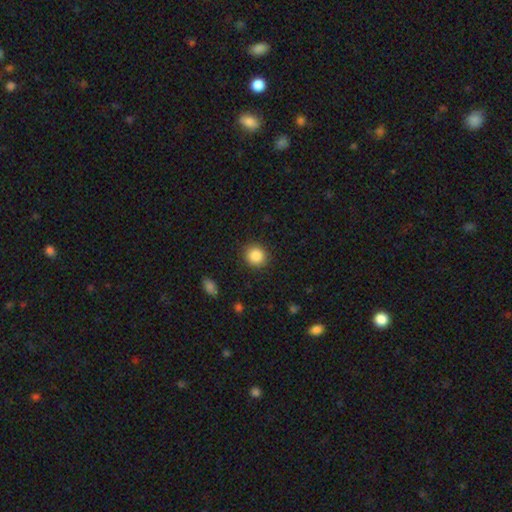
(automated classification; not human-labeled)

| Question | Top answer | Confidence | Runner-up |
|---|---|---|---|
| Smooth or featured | smooth | 86% | star or artifact (9%) |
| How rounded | round | 87% | in between (12%) |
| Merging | none | 90% | minor disturbance (7%) |